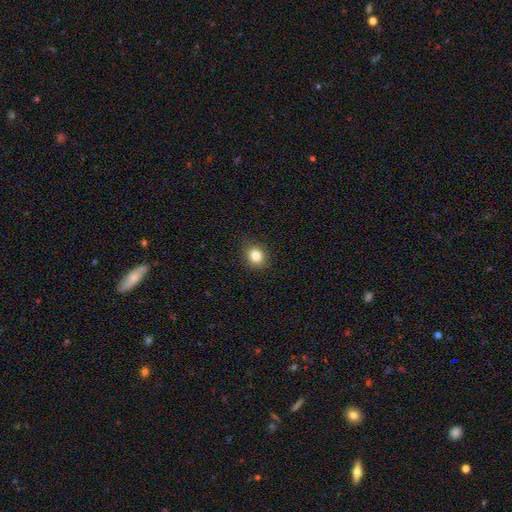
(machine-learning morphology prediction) Overall: smooth (84%). How rounded: round (71%). Merging: none (89%).